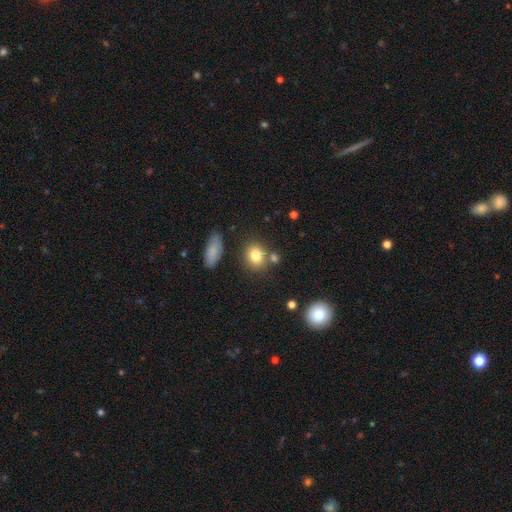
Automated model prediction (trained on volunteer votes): This is clearly a smooth galaxy (81%). How rounded: possibly round (58%). Merging: likely none (70%).